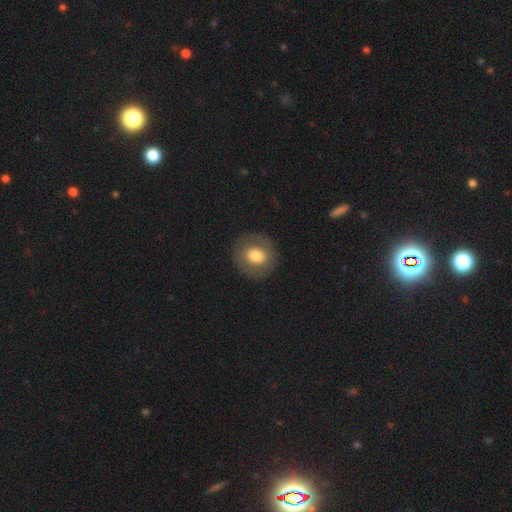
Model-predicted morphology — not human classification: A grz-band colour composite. It shows a smooth galaxy with no disk features (67%) that is round (86%). Merging: none (86%).